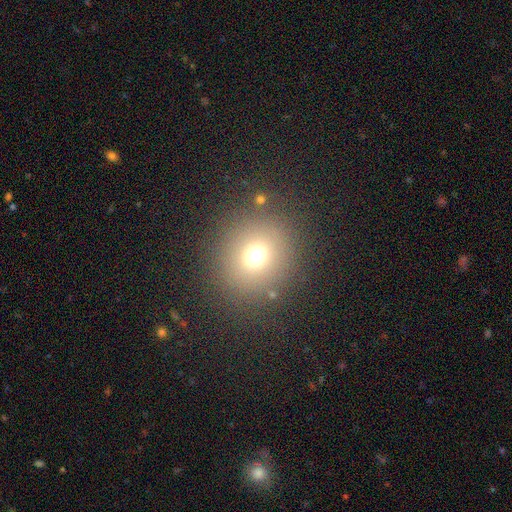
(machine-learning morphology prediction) Overall: smooth (68%). How rounded: round (85%). Merging: none (84%).